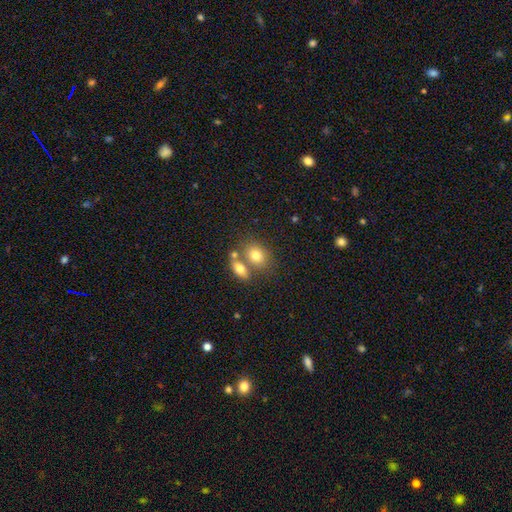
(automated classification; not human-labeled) Smooth or featured? smooth (76%)
How rounded? in between (62%)
Merging? none (46%)